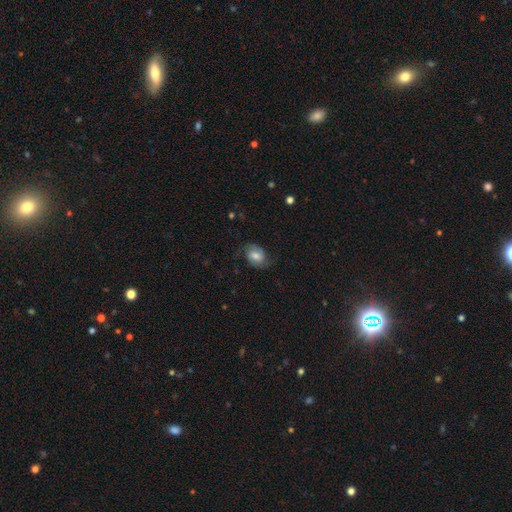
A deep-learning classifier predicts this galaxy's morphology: A featured or disk galaxy (50%). Merging: none (68%).